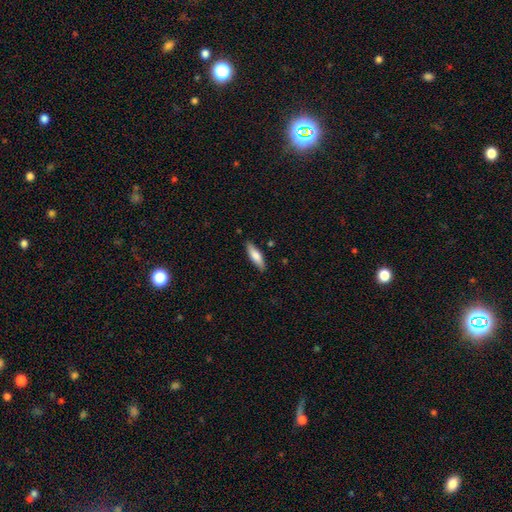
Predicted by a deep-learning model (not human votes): The model was most divided on "how rounded": cigar-shaped: 57%, in between: 42%, round: 2%. More confident: merging — none (85%); smooth or featured — smooth (75%).